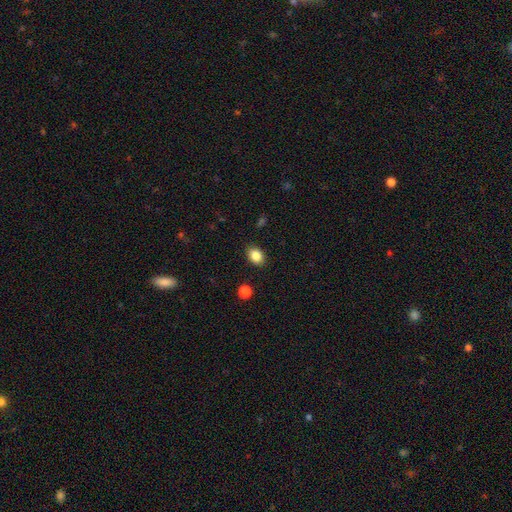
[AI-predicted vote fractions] Overall: smooth (86%). How rounded: in between (71%). Merging: none (88%).